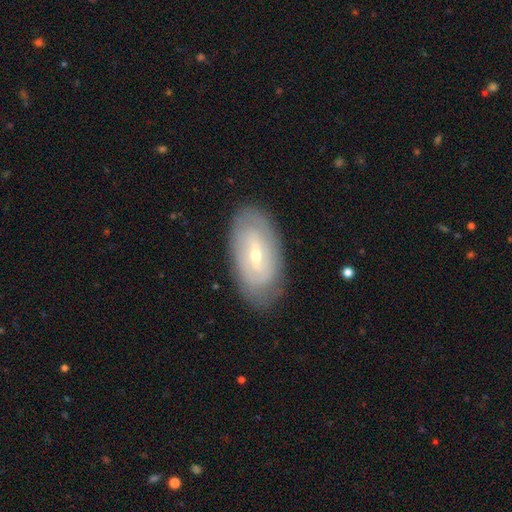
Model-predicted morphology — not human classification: Overall: featured or disk (69%). Edge-on disk: no (90%). Bar: weak (48%; no 27%). Spiral arms: yes (63%; no 37%). Bulge size: small (61%; moderate 36%). Merging: none (83%).